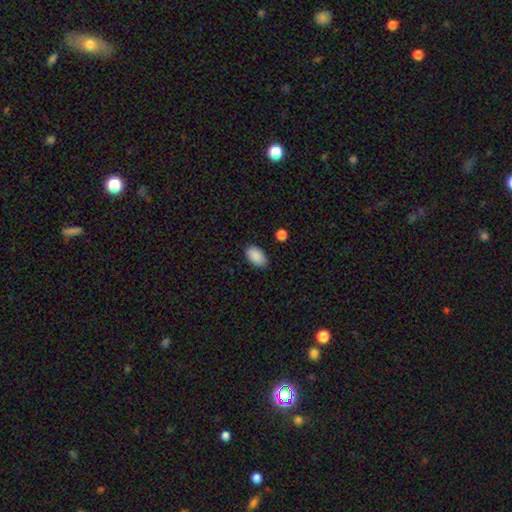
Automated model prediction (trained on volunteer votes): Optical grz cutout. It shows a smooth galaxy with no disk features (90%) that is in between round and cigar-shaped (94%). Merging: none (86%).